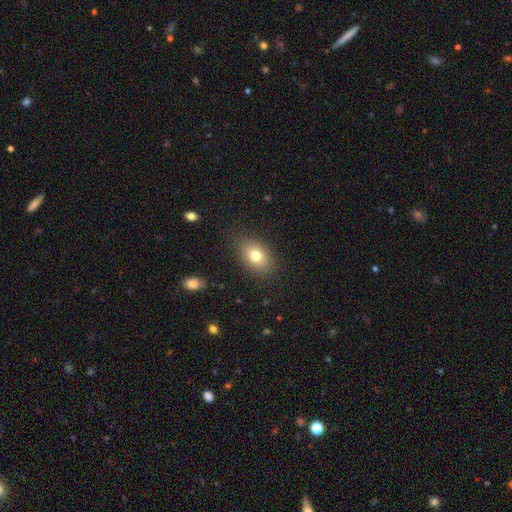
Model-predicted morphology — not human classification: A smooth galaxy with no disk features (77%) that is in between round and cigar-shaped (75%). Merging: none (84%).